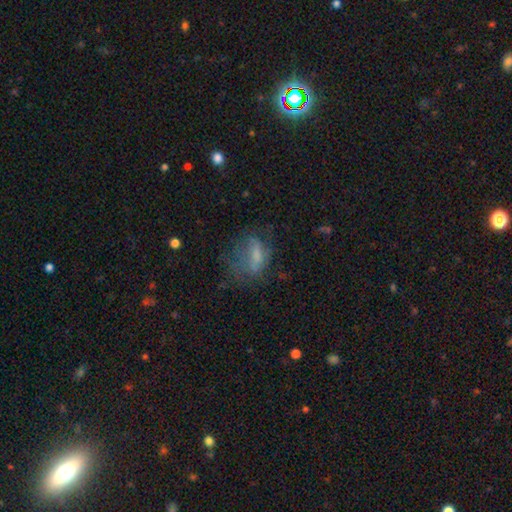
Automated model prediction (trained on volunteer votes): Q: Smooth or featured?
A: smooth (49%); runner-up: featured or disk (37%)
Q: Merging?
A: none (40%); runner-up: major disturbance (34%)